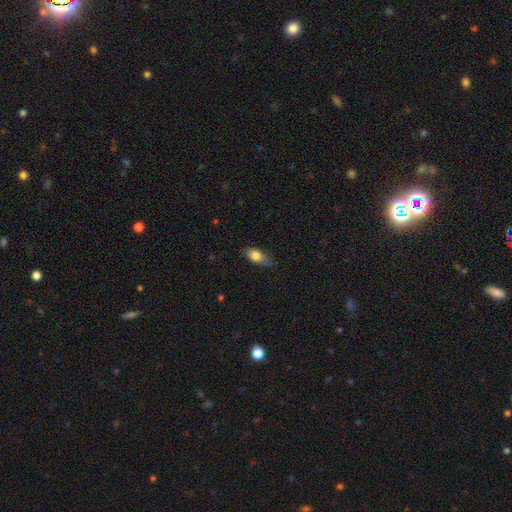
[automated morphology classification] The model was most divided on "merging": none: 70%, minor disturbance: 24%, major disturbance: 5%, merger: 1%. More confident: how rounded — in between (82%); smooth or featured — smooth (75%).